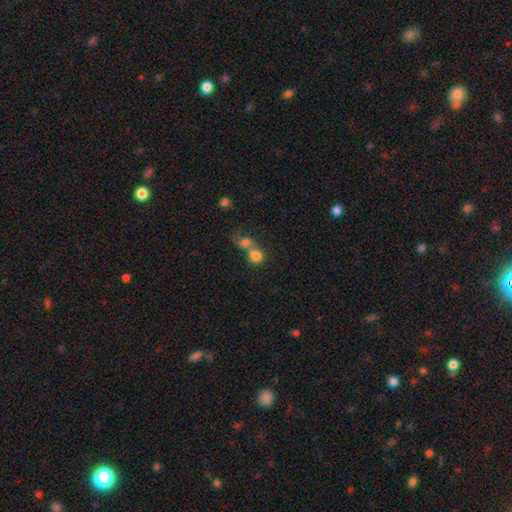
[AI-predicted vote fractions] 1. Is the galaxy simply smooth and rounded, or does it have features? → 79% smooth, 11% star or artifact, 10% featured or disk.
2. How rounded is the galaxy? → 78% round, 21% in between, 1% cigar-shaped.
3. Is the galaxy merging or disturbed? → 61% merger, 29% none, 6% minor disturbance, 5% major disturbance.